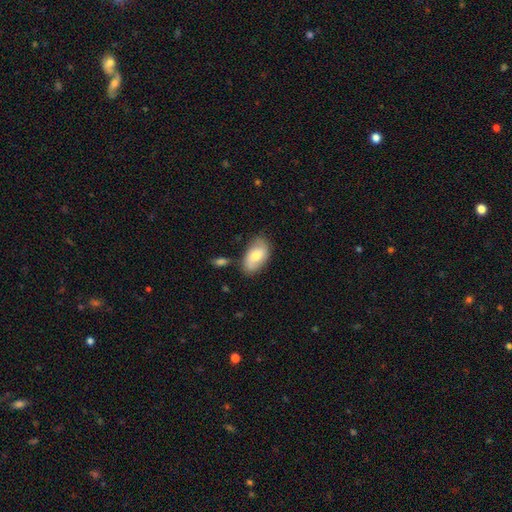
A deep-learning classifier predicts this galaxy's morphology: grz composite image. It shows a smooth galaxy with no disk features (63%) that is in between round and cigar-shaped (93%). Merging: none (73%).